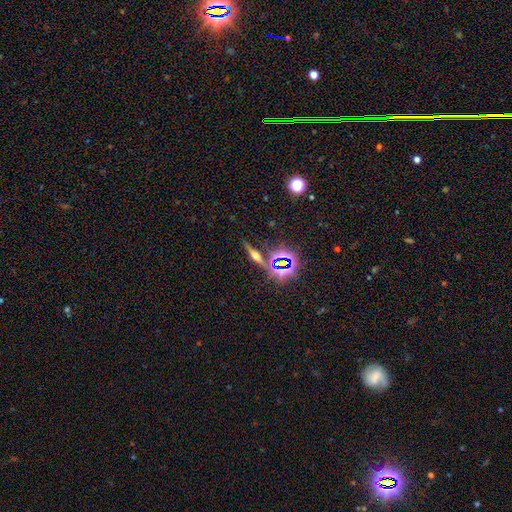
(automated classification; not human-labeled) featured or disk 49%, star or artifact 28%, smooth 23%. Down the decision tree: merging — none (79%).